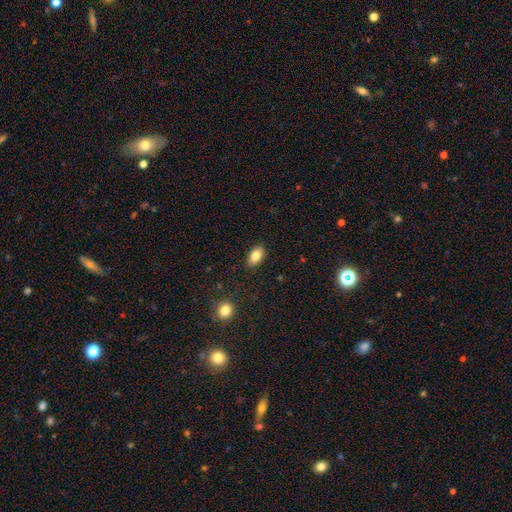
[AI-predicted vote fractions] A smooth galaxy with no disk features (83%) that is in between round and cigar-shaped (90%).

Vote fractions:
- Smooth or featured? smooth: 83% / featured or disk: 8% / star or artifact: 8%
- How rounded? in between: 90% / round: 7% / cigar-shaped: 3%
- Merging? none: 87% / minor disturbance: 10% / major disturbance: 2% / merger: 1%